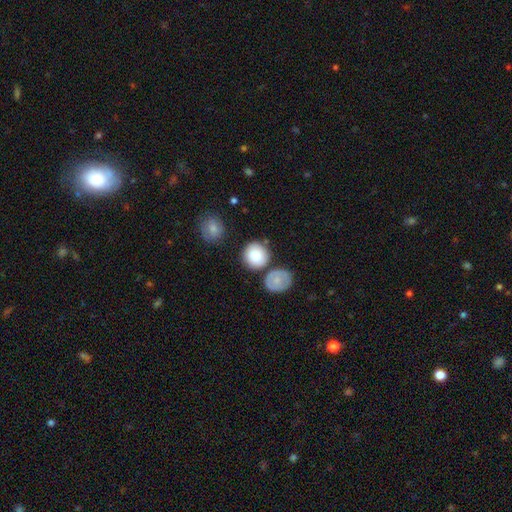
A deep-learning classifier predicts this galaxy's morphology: smooth_or_featured: smooth (p=0.85) [alt: featured or disk p=0.08]
how_rounded: round (p=0.90) [alt: in between p=0.09]
merging: none (p=0.73) [alt: minor disturbance p=0.13]